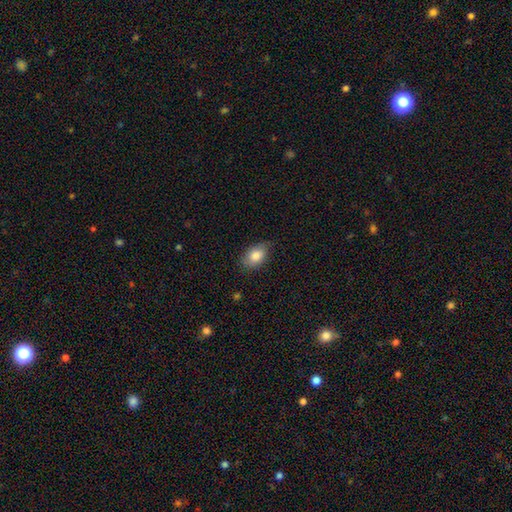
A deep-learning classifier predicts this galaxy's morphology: Overall: smooth (83%). How rounded: in between (86%). Merging: none (73%).